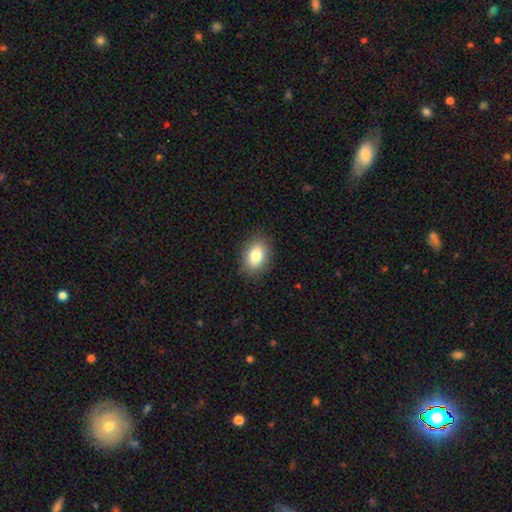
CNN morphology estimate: Q: Smooth or featured?
A: smooth (81%); runner-up: featured or disk (11%)
Q: How rounded?
A: in between (80%); runner-up: round (18%)
Q: Merging?
A: none (88%); runner-up: minor disturbance (9%)